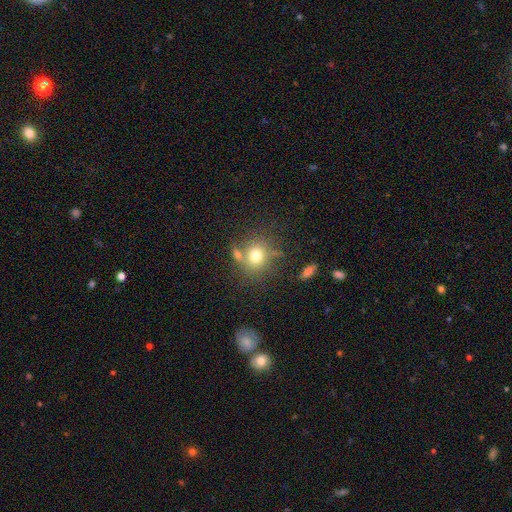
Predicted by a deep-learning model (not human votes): smooth 73%, featured or disk 14%, star or artifact 13%. Down the decision tree: how rounded — round (79%); merging — none (61%).